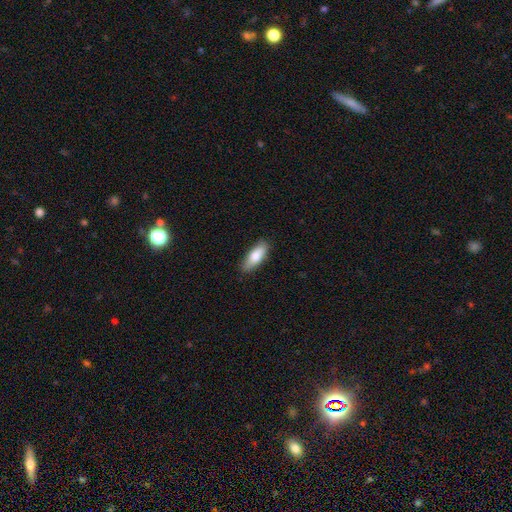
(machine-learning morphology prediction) A smooth galaxy with no disk features (77%) that is in between round and cigar-shaped (64%).

Vote fractions:
- Smooth or featured? smooth: 77% / featured or disk: 17% / star or artifact: 6%
- How rounded? in between: 64% / cigar-shaped: 34% / round: 2%
- Merging? none: 85% / minor disturbance: 12% / major disturbance: 2% / merger: 1%